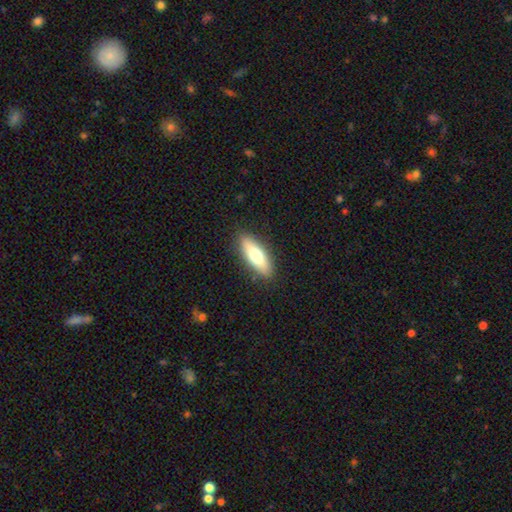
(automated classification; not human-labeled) This is likely a smooth galaxy (68%). How rounded: possibly in between (57%). Merging: clearly none (88%).